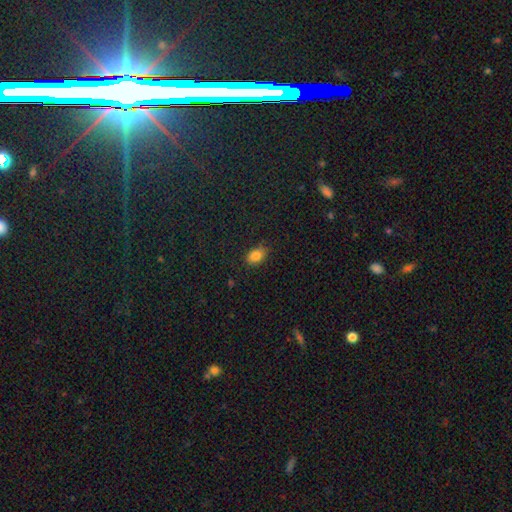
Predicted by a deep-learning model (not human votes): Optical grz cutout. It shows a smooth galaxy with no disk features (83%) that is in between round and cigar-shaped (81%). Merging: none (79%).